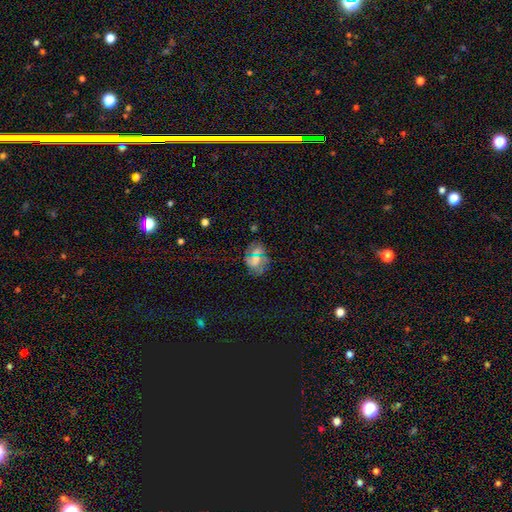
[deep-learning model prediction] This appears to be a smooth galaxy with no disk features (46%). Merging: none (70%).